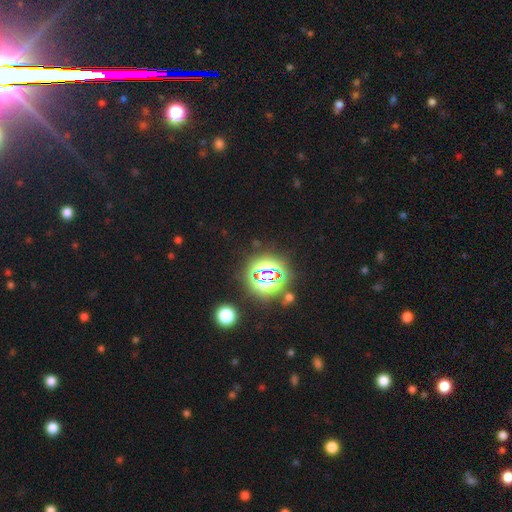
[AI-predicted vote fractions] Smooth or featured?
  - star or artifact: 80% *
  - smooth: 12%
  - featured or disk: 8%